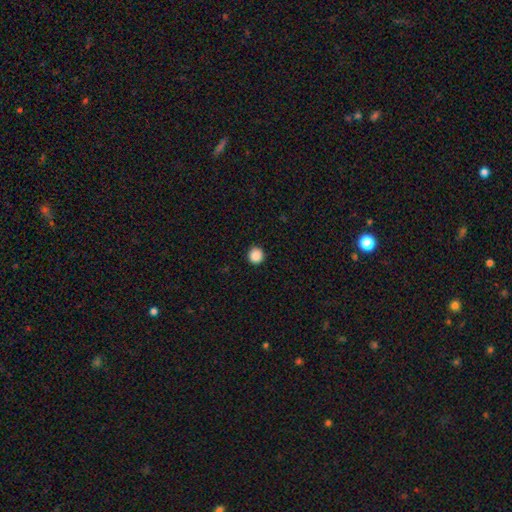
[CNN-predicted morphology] smooth 89%, star or artifact 9%, featured or disk 2%. Down the decision tree: how rounded — round (94%); merging — none (93%).